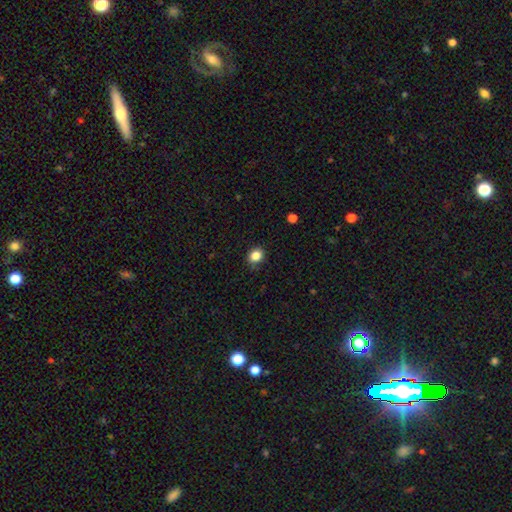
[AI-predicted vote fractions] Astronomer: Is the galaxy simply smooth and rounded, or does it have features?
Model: smooth — 85%.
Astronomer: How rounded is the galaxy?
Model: round — 63%.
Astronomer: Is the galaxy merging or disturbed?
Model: none — 86%.